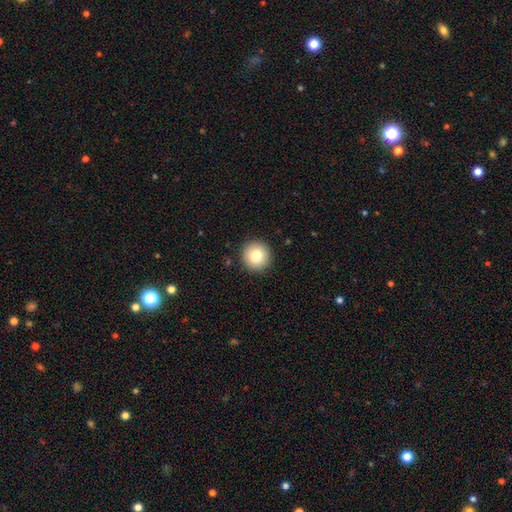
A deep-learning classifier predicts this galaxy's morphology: smooth-or-featured: smooth: 80% | featured or disk: 10% | star or artifact: 10%
  how-rounded: round: 96% | in between: 4% | cigar-shaped: 1%
  merging: none: 92% | minor disturbance: 5% | major disturbance: 2% | merger: 1%